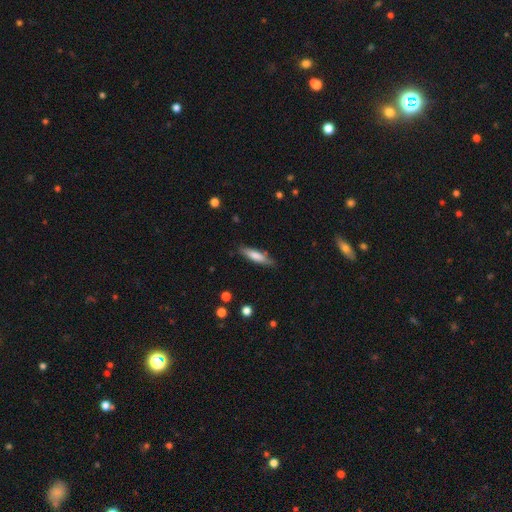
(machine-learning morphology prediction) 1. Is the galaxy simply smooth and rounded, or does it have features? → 71% smooth, 23% featured or disk, 6% star or artifact.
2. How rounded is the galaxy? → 77% cigar-shaped, 21% in between, 1% round.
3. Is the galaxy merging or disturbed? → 82% none, 14% minor disturbance, 3% major disturbance, 2% merger.